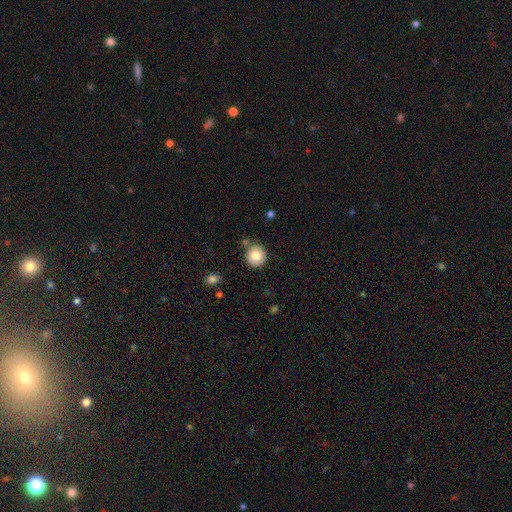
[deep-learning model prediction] A smooth galaxy with no disk features (84%) that is round (89%). Merging: none (80%).